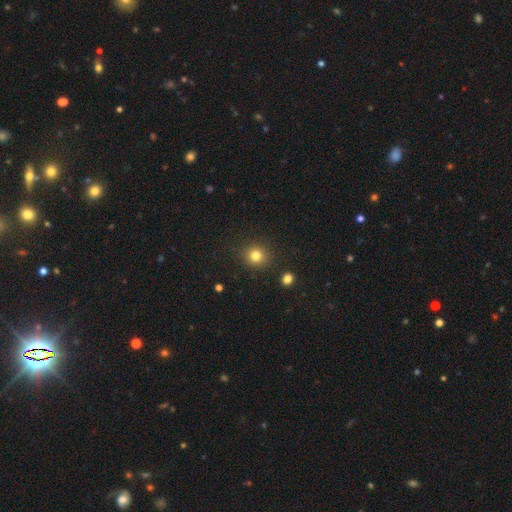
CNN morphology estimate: Smooth or featured?
  - smooth: 81% *
  - star or artifact: 13%
  - featured or disk: 6%
How rounded?
  - round: 89% *
  - in between: 10%
  - cigar-shaped: 1%
Merging?
  - none: 89% *
  - minor disturbance: 7%
  - major disturbance: 3%
  - merger: 2%